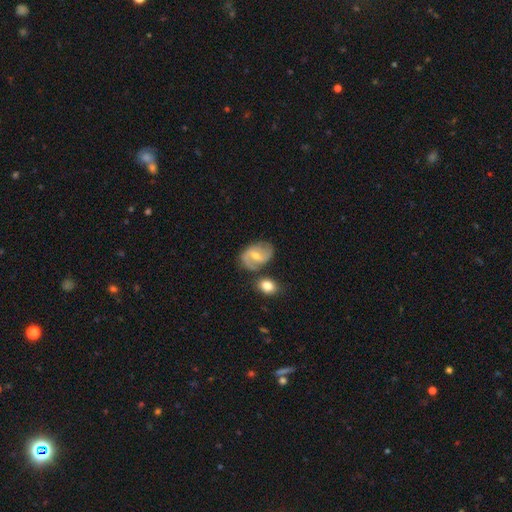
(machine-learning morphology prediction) This is likely a featured or disk galaxy (70%). It is clearly not viewed edge-on (97%). Bar: possibly weak (52%). Spiral arm pattern: clearly yes (87%). Spiral arm count: clearly 2 (85%). Spiral winding: possibly medium (47%). Central bulge: possibly moderate (53%). Merging: likely none (63%).